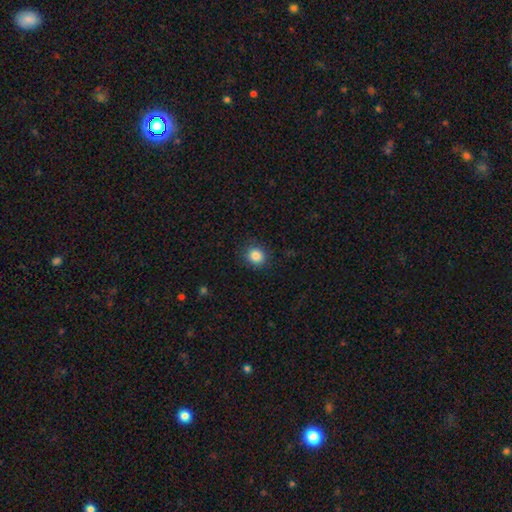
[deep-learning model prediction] Smooth or featured?
  - smooth: 86% *
  - star or artifact: 10%
  - featured or disk: 4%
How rounded?
  - round: 80% *
  - in between: 19%
  - cigar-shaped: 1%
Merging?
  - none: 89% *
  - minor disturbance: 8%
  - major disturbance: 3%
  - merger: 1%